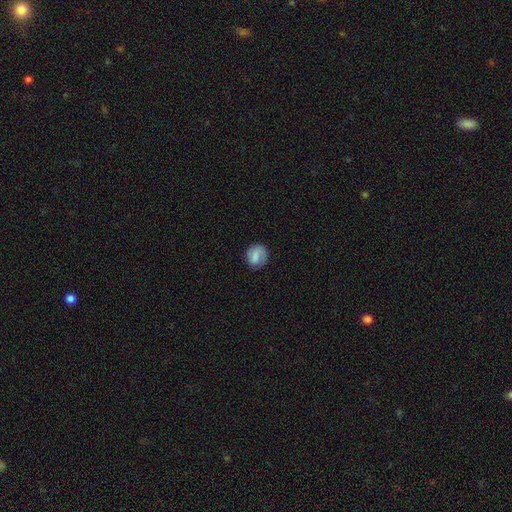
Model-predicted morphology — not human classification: smooth-or-featured: smooth: 68% | featured or disk: 24% | star or artifact: 8%
  how-rounded: round: 77% | in between: 21% | cigar-shaped: 1%
  merging: none: 74% | minor disturbance: 17% | major disturbance: 7% | merger: 2%